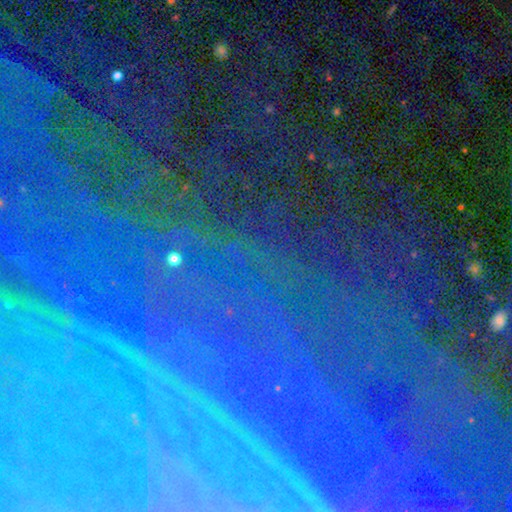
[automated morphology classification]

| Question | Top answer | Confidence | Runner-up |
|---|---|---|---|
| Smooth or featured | star or artifact | 71% | featured or disk (18%) |